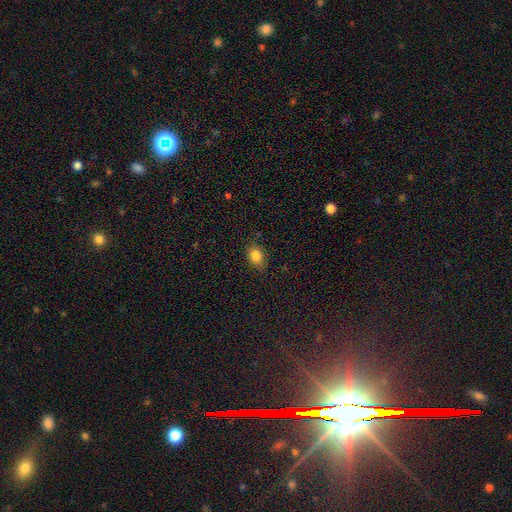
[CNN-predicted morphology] Q: Smooth or featured?
A: smooth (84%); runner-up: star or artifact (10%)
Q: How rounded?
A: in between (72%); runner-up: round (27%)
Q: Merging?
A: none (81%); runner-up: minor disturbance (15%)